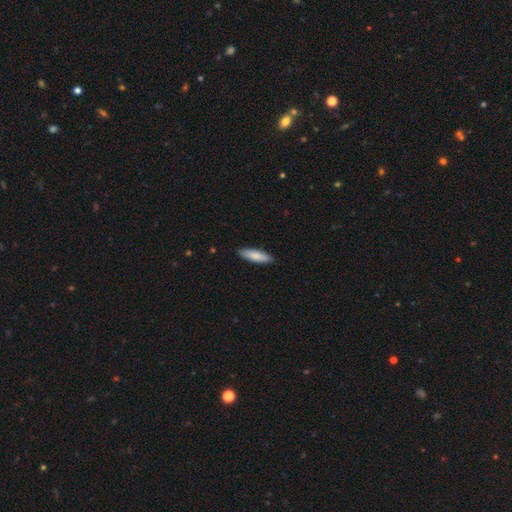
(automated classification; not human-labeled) smooth_or_featured: smooth (p=0.83) [alt: featured or disk p=0.12]
how_rounded: cigar-shaped (p=0.65) [alt: in between p=0.33]
merging: none (p=0.90) [alt: minor disturbance p=0.07]